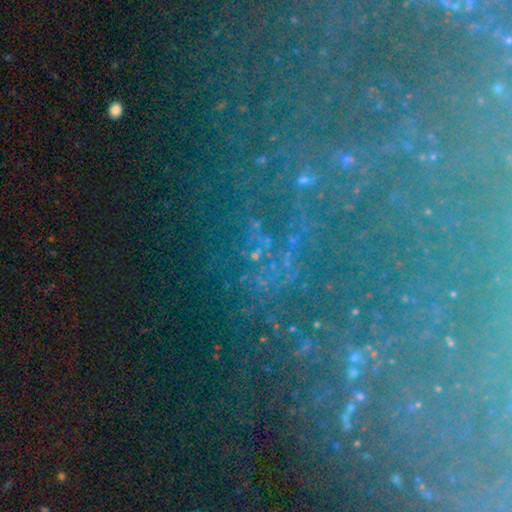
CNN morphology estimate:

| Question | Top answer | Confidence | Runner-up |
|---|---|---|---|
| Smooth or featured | star or artifact | 75% | featured or disk (14%) |